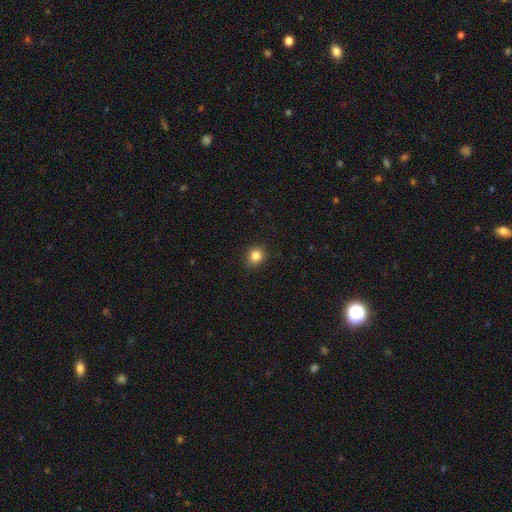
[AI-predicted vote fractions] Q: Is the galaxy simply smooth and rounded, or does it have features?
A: smooth — 84%.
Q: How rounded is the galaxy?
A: round — 82%.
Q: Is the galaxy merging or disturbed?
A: none — 90%.